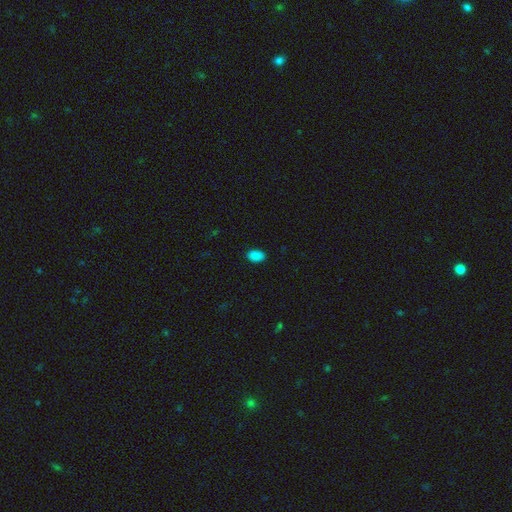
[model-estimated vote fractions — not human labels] smooth 86%, star or artifact 11%, featured or disk 3%. Down the decision tree: how rounded — in between (84%); merging — none (87%).